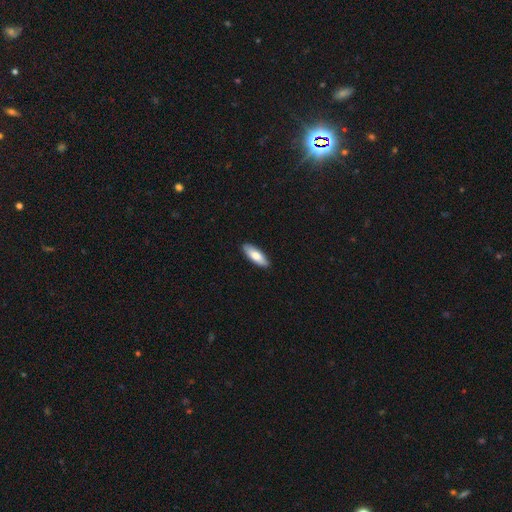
smooth 74%, featured or disk 26%, star or artifact 0%. Down the decision tree: how rounded — in between (59%); merging — none (90%).